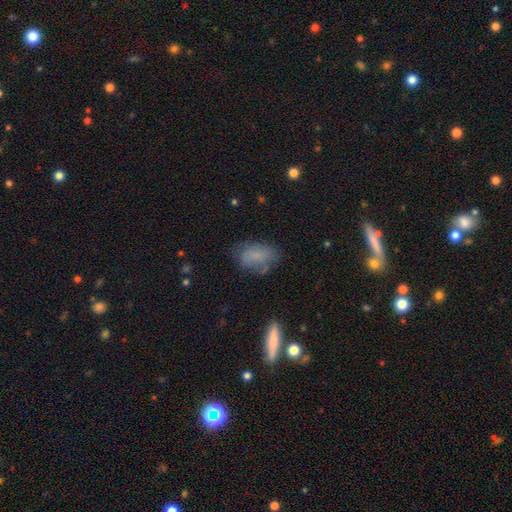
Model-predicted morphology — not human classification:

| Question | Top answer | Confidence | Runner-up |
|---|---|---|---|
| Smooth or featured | smooth | 73% | featured or disk (17%) |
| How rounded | in between | 88% | round (9%) |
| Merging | none | 60% | minor disturbance (25%) |